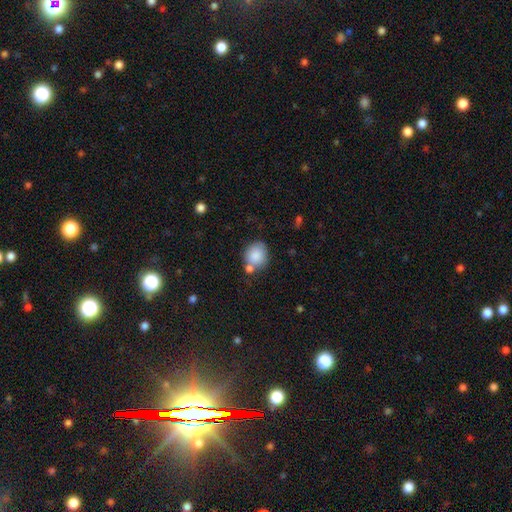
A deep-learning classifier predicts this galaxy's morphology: Smooth or featured?
  - smooth: 84% *
  - star or artifact: 8%
  - featured or disk: 8%
How rounded?
  - round: 71% *
  - in between: 28%
  - cigar-shaped: 1%
Merging?
  - none: 59% *
  - merger: 22%
  - minor disturbance: 15%
  - major disturbance: 4%